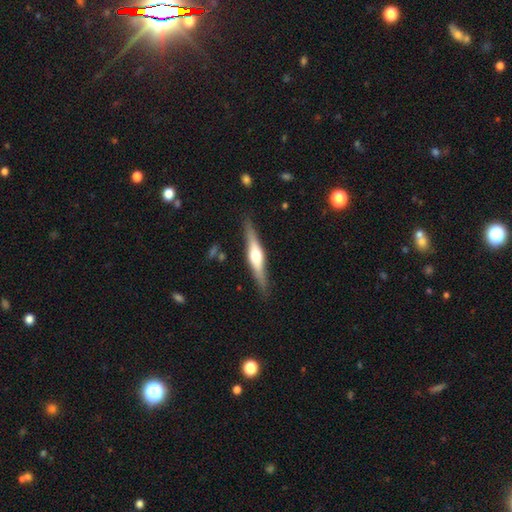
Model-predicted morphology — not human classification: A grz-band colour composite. It shows a featured or disk galaxy (67%) viewed edge-on (96%) with a rounded central bulge (90%). Merging: none (87%).